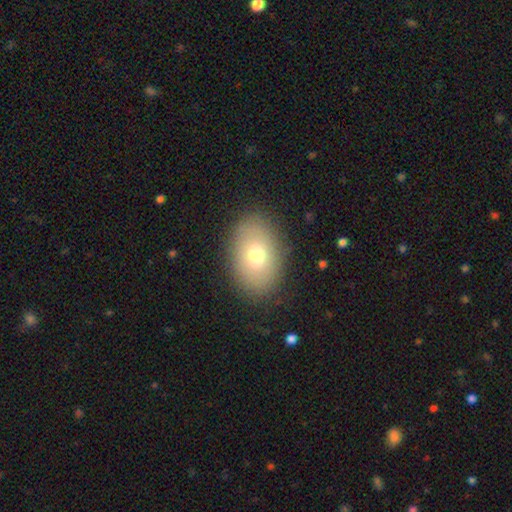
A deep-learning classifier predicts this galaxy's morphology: The model was most divided on "smooth or featured": smooth: 73%, featured or disk: 18%, star or artifact: 9%. More confident: merging — none (86%); how rounded — in between (85%).